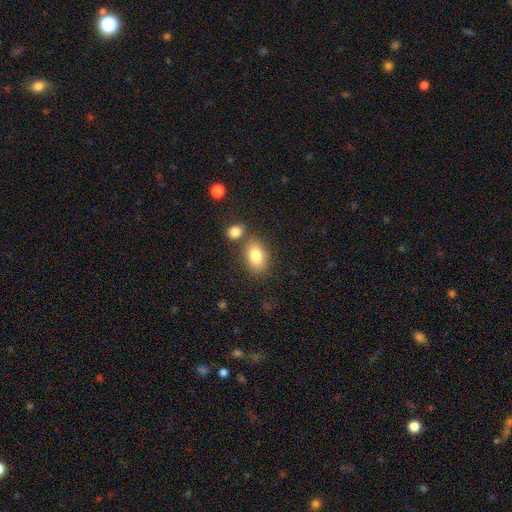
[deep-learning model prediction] Morphology: type=smooth (81%); roundness=in between (82%); merging=none (69%).